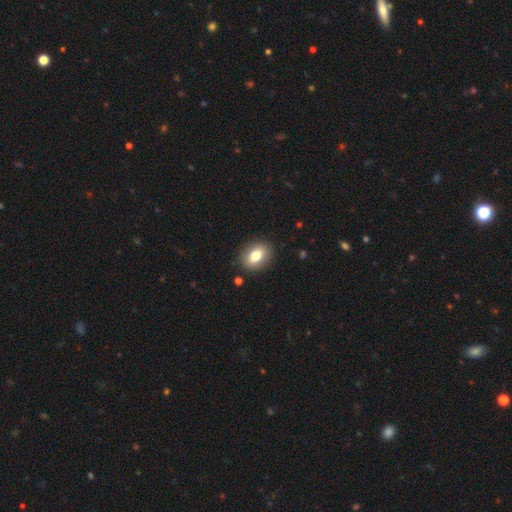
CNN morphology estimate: This appears to be a smooth galaxy with no disk features (77%) that is in between round and cigar-shaped (69%). Merging: none (88%).